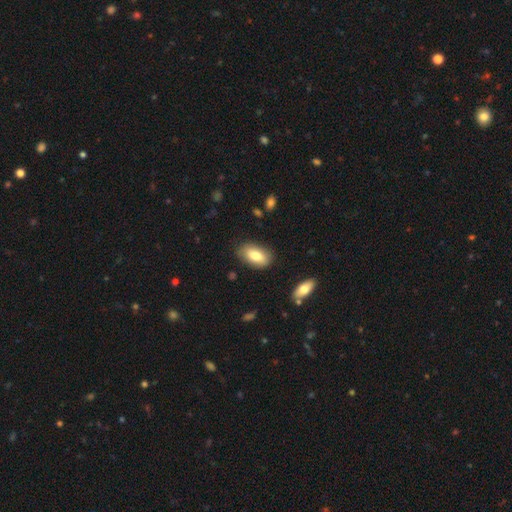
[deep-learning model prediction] This is likely a smooth galaxy (79%). How rounded: clearly in between (92%). Merging: clearly none (83%).